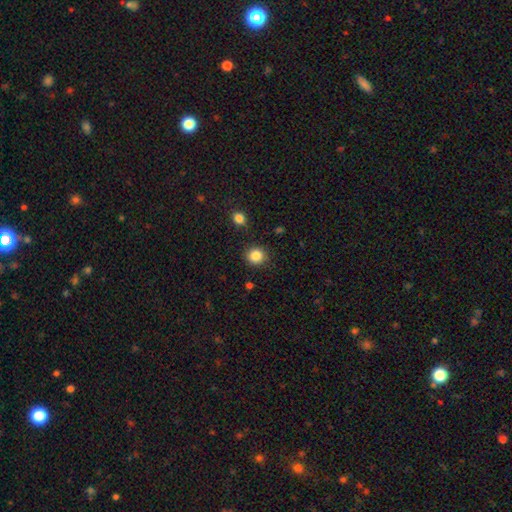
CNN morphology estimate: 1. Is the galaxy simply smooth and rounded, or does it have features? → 86% smooth, 10% star or artifact, 4% featured or disk.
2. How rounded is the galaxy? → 90% round, 9% in between, 1% cigar-shaped.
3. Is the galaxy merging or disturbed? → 89% none, 6% minor disturbance, 2% major disturbance, 2% merger.